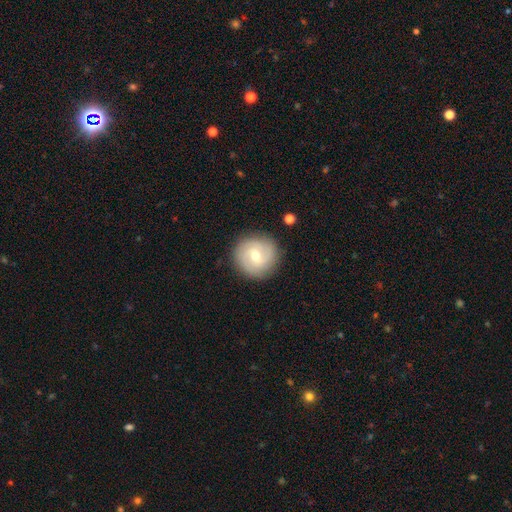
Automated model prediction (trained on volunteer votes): Smooth or featured?
  - featured or disk: 49% *
  - smooth: 44%
  - star or artifact: 8%
Merging?
  - none: 87% *
  - minor disturbance: 9%
  - major disturbance: 3%
  - merger: 1%